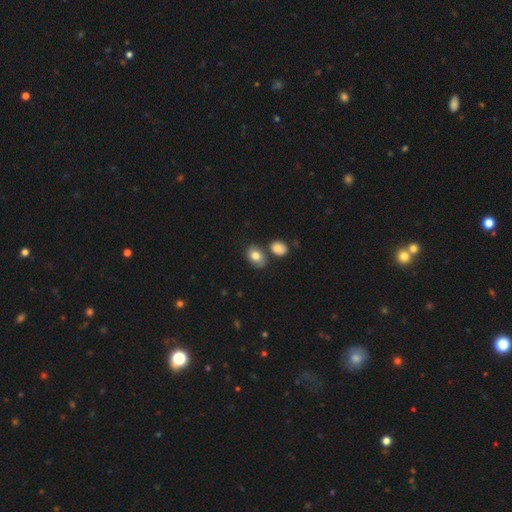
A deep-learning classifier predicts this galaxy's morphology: A smooth galaxy with no disk features (79%) that is in between round and cigar-shaped (71%). Merging: none (59%).